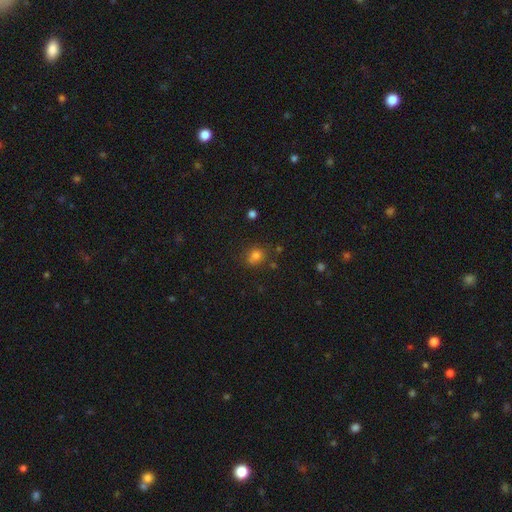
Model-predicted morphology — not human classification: Q: Smooth or featured?
A: smooth (76%); runner-up: star or artifact (16%)
Q: How rounded?
A: round (66%); runner-up: in between (33%)
Q: Merging?
A: none (66%); runner-up: minor disturbance (19%)